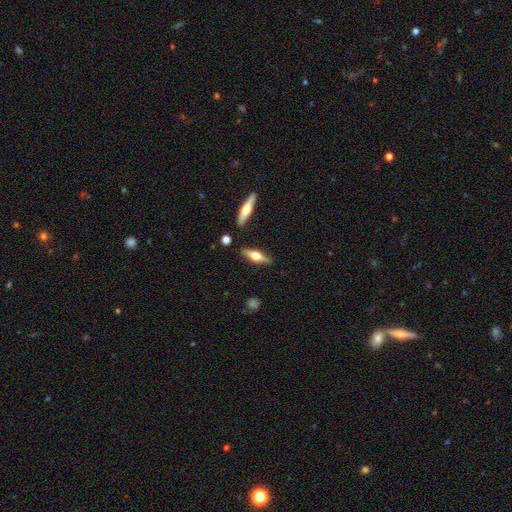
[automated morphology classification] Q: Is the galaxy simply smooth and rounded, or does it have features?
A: featured or disk — 62%.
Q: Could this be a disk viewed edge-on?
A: yes — 96%.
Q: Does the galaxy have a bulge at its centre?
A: rounded — 95%.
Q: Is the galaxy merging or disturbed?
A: none — 85%.